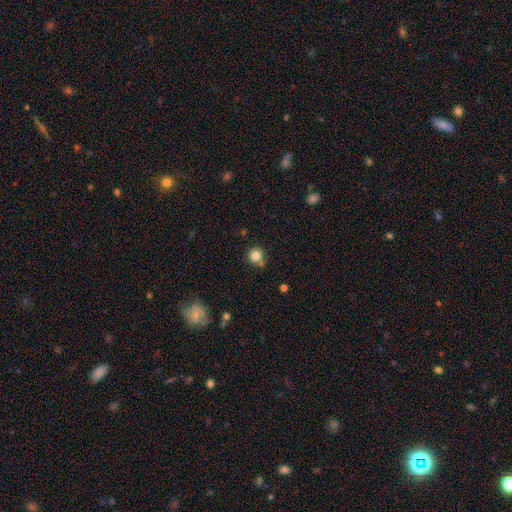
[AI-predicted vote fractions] smooth 83%, star or artifact 11%, featured or disk 6%. Down the decision tree: how rounded — round (92%); merging — none (74%).